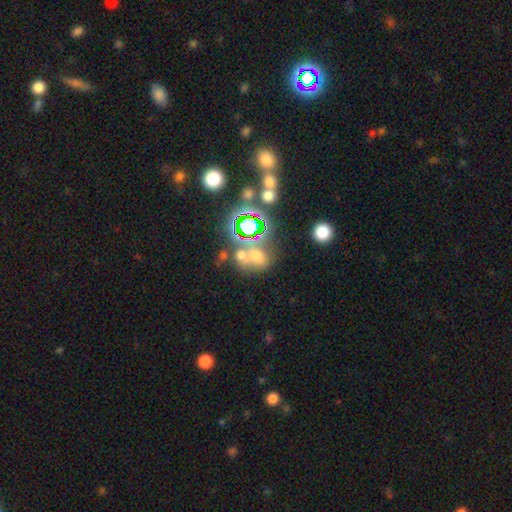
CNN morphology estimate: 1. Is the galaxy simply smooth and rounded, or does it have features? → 49% smooth, 37% star or artifact, 14% featured or disk.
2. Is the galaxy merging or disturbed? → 43% none, 35% merger, 12% minor disturbance, 9% major disturbance.